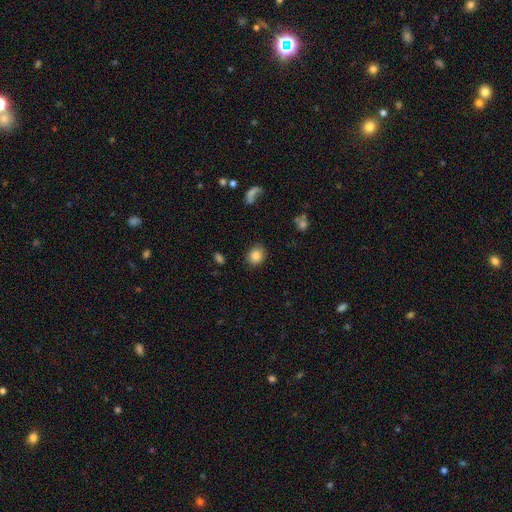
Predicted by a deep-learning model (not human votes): Overall: smooth (84%). How rounded: round (63%; in between 36%). Merging: none (87%).